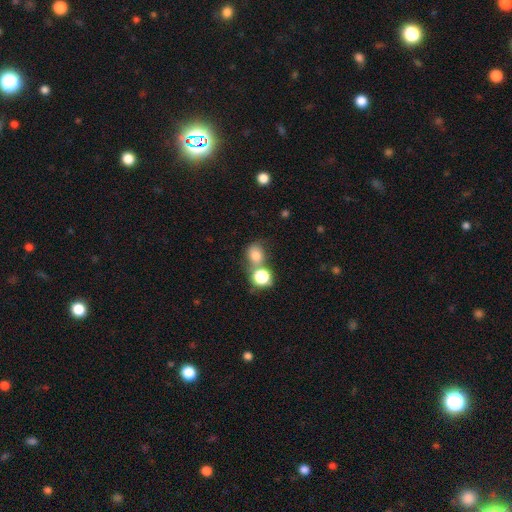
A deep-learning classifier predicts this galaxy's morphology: Smooth or featured? Predicted: smooth (p=0.72). How rounded? Predicted: round (p=0.65). Merging? Predicted: none (p=0.47).